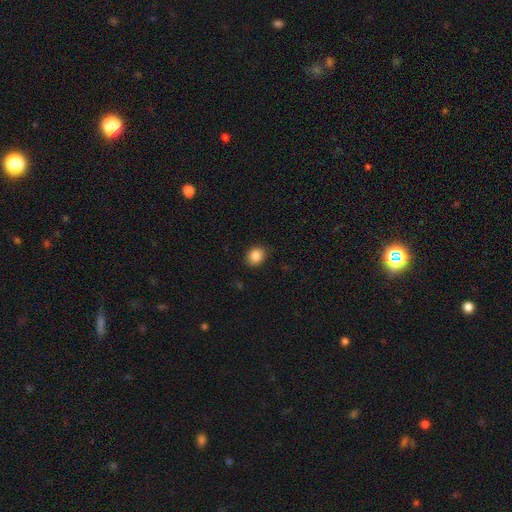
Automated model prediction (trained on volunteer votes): Smooth or featured? Predicted: smooth (p=0.86). How rounded? Predicted: round (p=0.65). Merging? Predicted: none (p=0.87).